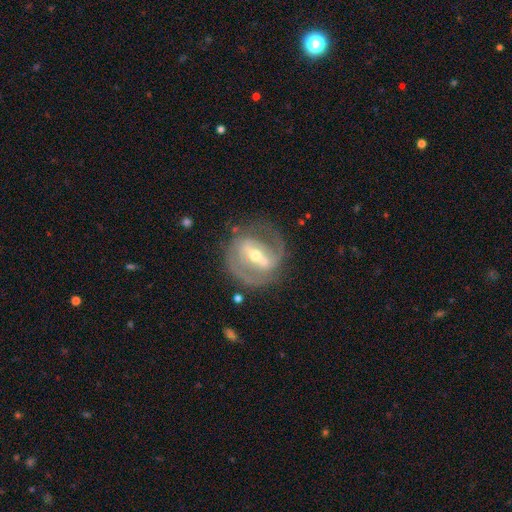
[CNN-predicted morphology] This appears to be a featured or disk galaxy (85%) with a strong bar (59%), 2 (76%) tight (44%) spiral arms (87%) and a moderate central bulge (59%). Merging: none (68%).